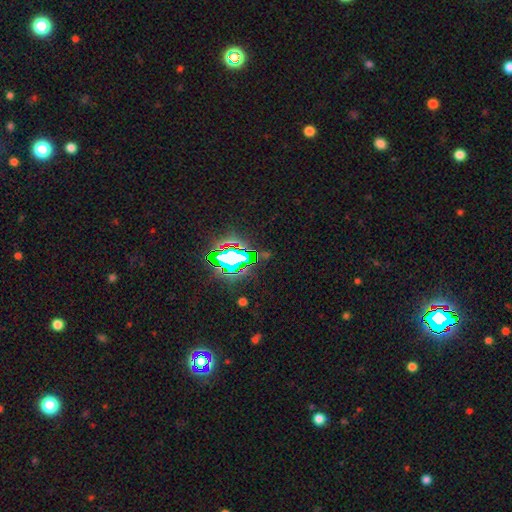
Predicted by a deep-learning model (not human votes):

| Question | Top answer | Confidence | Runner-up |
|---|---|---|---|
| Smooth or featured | star or artifact | 81% | smooth (11%) |